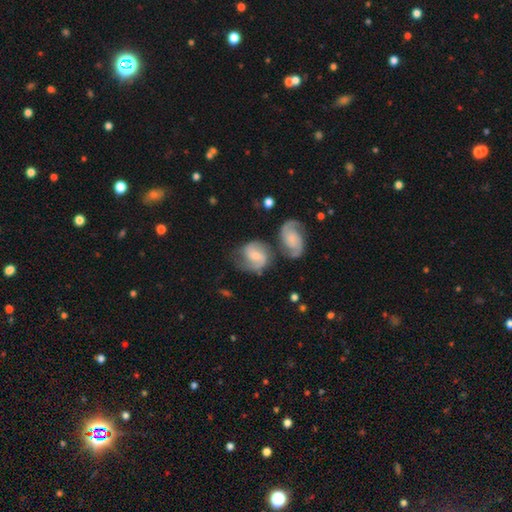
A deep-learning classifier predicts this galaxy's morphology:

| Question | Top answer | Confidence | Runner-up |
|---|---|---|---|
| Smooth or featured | featured or disk | 72% | smooth (21%) |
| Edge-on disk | no | 97% | yes (3%) |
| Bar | weak | 44% | no (42%) |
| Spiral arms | yes | 93% | no (7%) |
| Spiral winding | medium | 52% | loose (27%) |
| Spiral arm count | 2 | 83% | can't tell (8%) |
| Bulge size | small | 53% | moderate (36%) |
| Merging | none | 46% | merger (28%) |